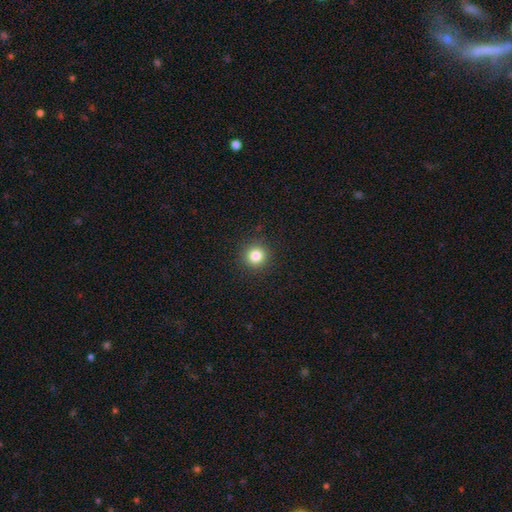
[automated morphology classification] type=smooth (83%); roundness=round (94%); merging=none (92%).